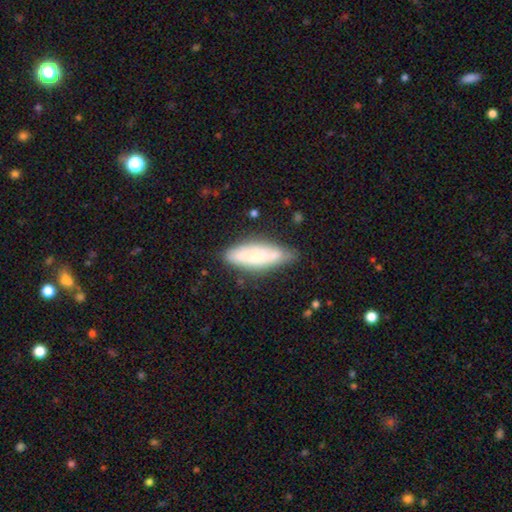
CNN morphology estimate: This is likely a smooth galaxy (68%). How rounded: possibly in between (57%). Merging: likely none (66%).